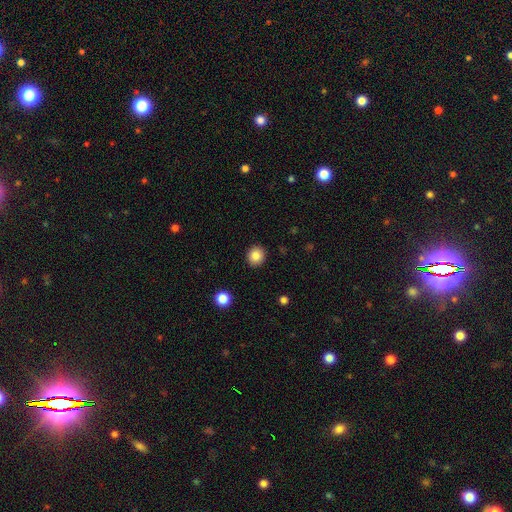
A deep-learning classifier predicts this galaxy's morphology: Smooth or featured? smooth (86%)
How rounded? round (87%)
Merging? none (91%)